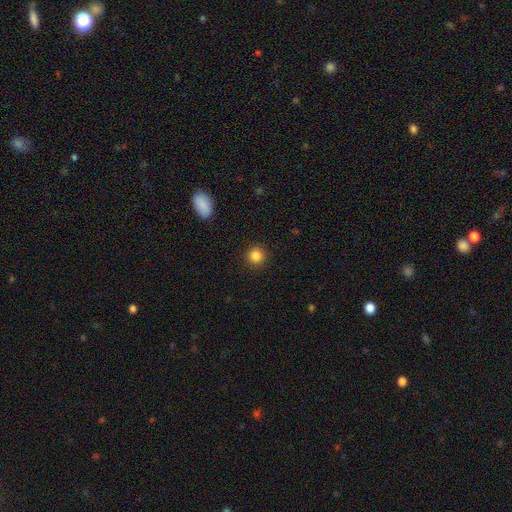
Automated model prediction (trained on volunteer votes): Morphology: type=smooth (85%); roundness=round (93%); merging=none (92%).